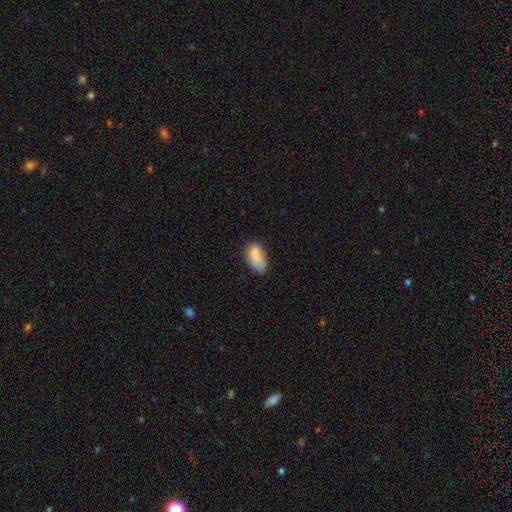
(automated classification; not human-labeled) A smooth galaxy with no disk features (82%) that is in between round and cigar-shaped (93%).

Vote fractions:
- Smooth or featured? smooth: 82% / featured or disk: 10% / star or artifact: 8%
- How rounded? in between: 93% / round: 4% / cigar-shaped: 3%
- Merging? none: 55% / minor disturbance: 31% / major disturbance: 10% / merger: 5%